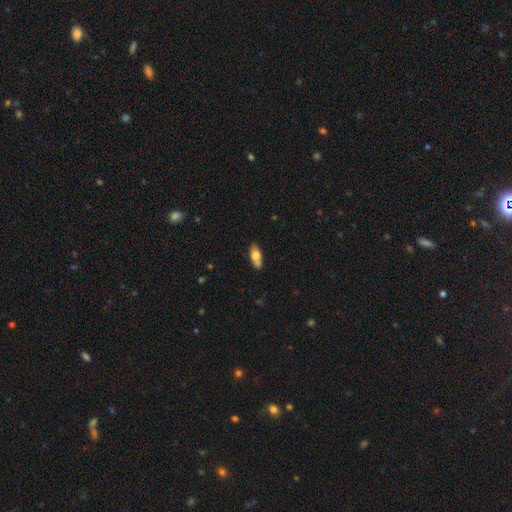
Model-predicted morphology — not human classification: Q: Smooth or featured?
A: smooth (68%); runner-up: featured or disk (25%)
Q: How rounded?
A: in between (82%); runner-up: cigar-shaped (15%)
Q: Merging?
A: none (71%); runner-up: minor disturbance (18%)